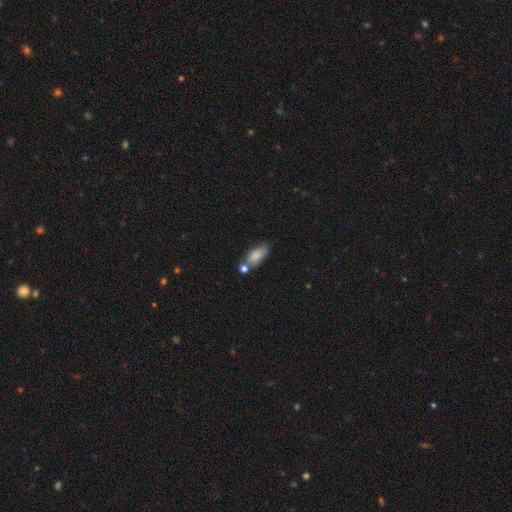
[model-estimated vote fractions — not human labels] smooth 80%, featured or disk 12%, star or artifact 8%. Down the decision tree: how rounded — in between (85%); merging — none (50%).